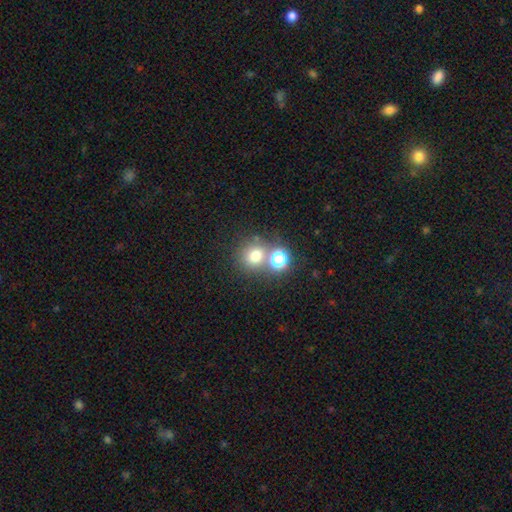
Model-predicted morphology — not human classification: type=smooth (70%); roundness=round (83%); merging=none (59%).